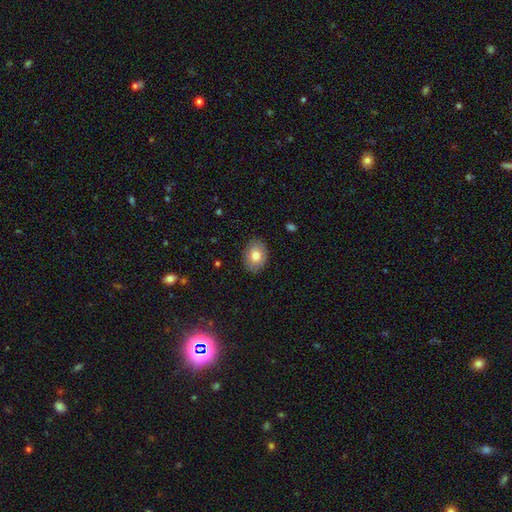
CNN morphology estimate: Smooth or featured: smooth — 76% (featured or disk — 16%)
How rounded: in between — 70% (round — 29%)
Merging: none — 87% (minor disturbance — 10%)